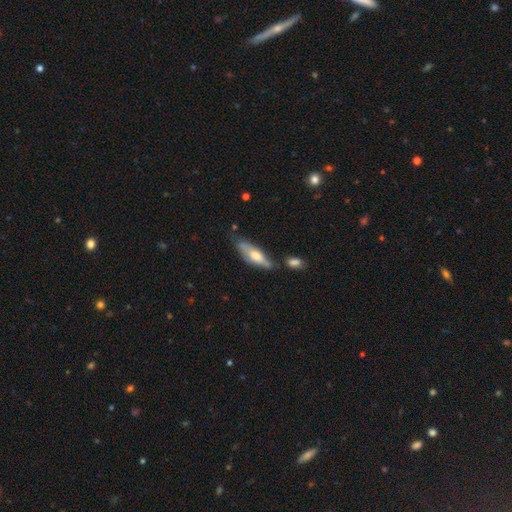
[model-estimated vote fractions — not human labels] Morphology: type=smooth (51%); roundness=in between (50%); merging=none (54%).